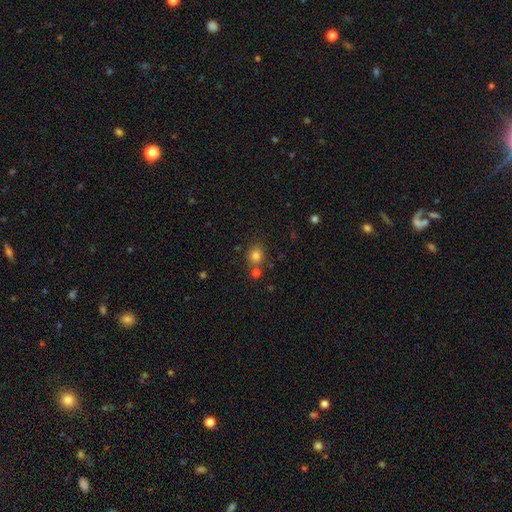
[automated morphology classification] Q: Smooth or featured?
A: smooth (79%); runner-up: star or artifact (14%)
Q: How rounded?
A: round (74%); runner-up: in between (25%)
Q: Merging?
A: none (70%); runner-up: merger (17%)